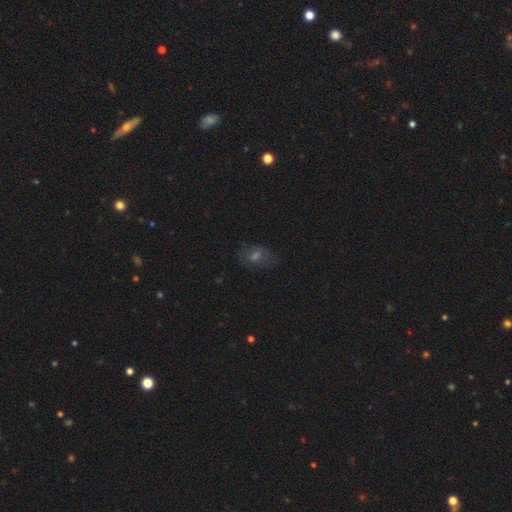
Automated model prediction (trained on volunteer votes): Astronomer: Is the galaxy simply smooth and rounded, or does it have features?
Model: smooth — 45% (runner-up: star or artifact, 28%).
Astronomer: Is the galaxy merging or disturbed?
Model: none — 68%.